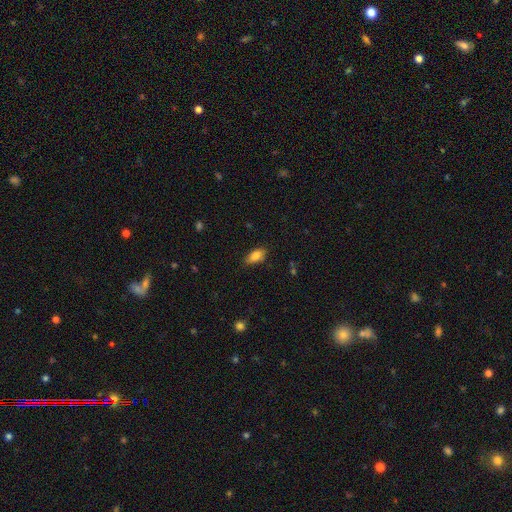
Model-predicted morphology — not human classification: Overall: smooth (84%). How rounded: in between (88%). Merging: none (79%).